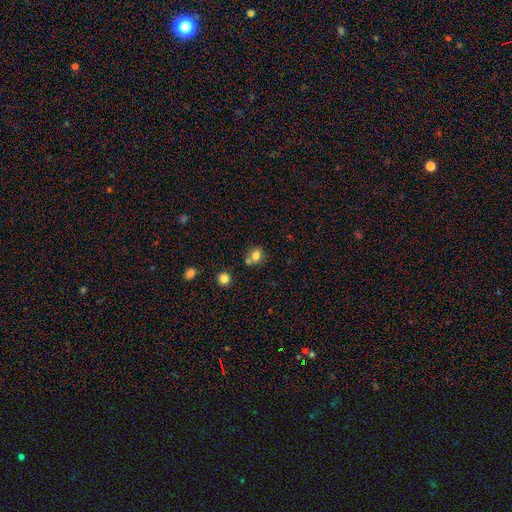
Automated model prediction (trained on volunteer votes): A smooth galaxy with no disk features (78%) that is round (61%).

Vote fractions:
- Smooth or featured? smooth: 78% / star or artifact: 12% / featured or disk: 10%
- How rounded? round: 61% / in between: 38% / cigar-shaped: 1%
- Merging? none: 58% / merger: 26% / minor disturbance: 12% / major disturbance: 4%